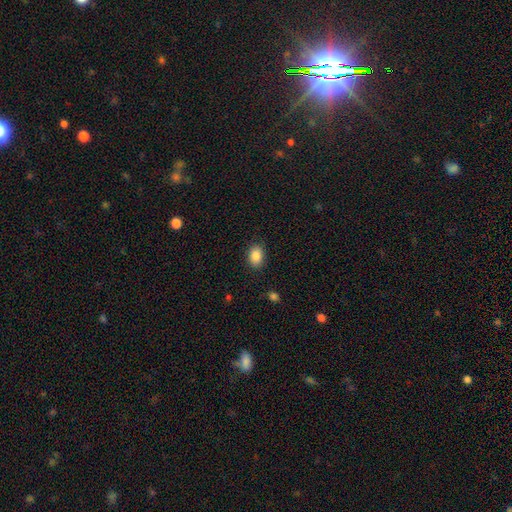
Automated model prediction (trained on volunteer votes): A smooth galaxy with no disk features (87%) that is in between round and cigar-shaped (80%).

Vote fractions:
- Smooth or featured? smooth: 87% / star or artifact: 8% / featured or disk: 5%
- How rounded? in between: 80% / round: 19% / cigar-shaped: 1%
- Merging? none: 85% / minor disturbance: 11% / major disturbance: 3% / merger: 1%